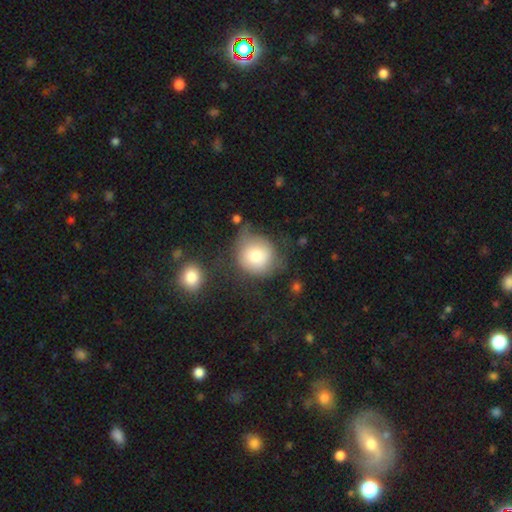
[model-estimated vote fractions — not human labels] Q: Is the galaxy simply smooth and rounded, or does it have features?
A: smooth — 75%.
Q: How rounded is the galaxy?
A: round — 87%.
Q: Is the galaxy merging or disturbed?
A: none — 53%.